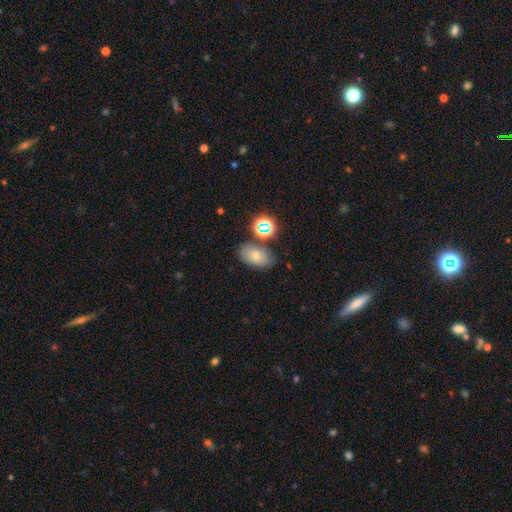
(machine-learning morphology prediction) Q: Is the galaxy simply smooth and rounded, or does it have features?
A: smooth — 56%.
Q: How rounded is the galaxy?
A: in between — 81%.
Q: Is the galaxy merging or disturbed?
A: none — 74%.